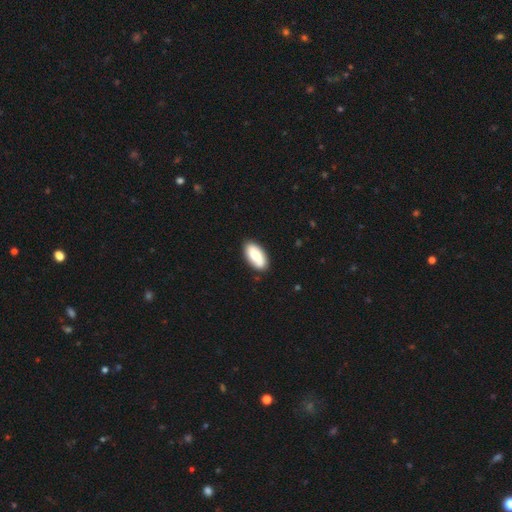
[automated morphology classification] smooth-or-featured: smooth: 69% | featured or disk: 25% | star or artifact: 6%
  how-rounded: in between: 93% | cigar-shaped: 5% | round: 2%
  merging: none: 85% | minor disturbance: 11% | major disturbance: 2% | merger: 1%